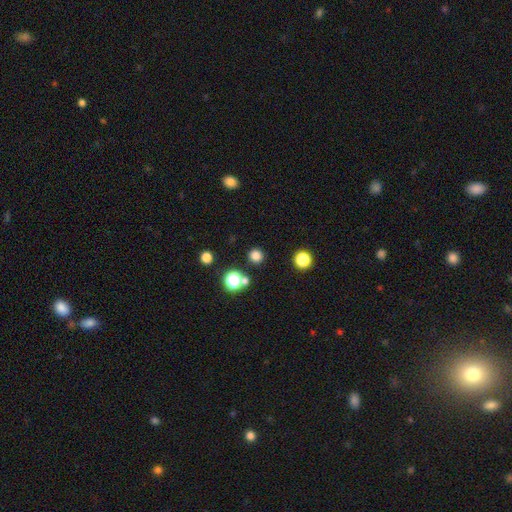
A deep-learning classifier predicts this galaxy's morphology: smooth_or_featured: smooth (p=0.79) [alt: star or artifact p=0.17]
how_rounded: round (p=0.94) [alt: in between p=0.05]
merging: none (p=0.87) [alt: minor disturbance p=0.06]